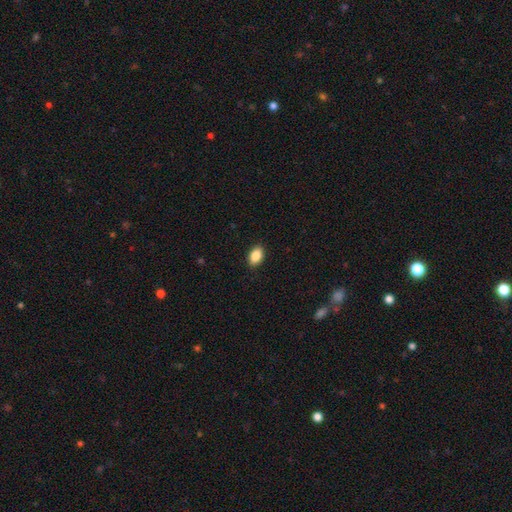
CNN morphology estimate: This appears to be a smooth galaxy with no disk features (88%) that is in between round and cigar-shaped (88%). Merging: none (89%).